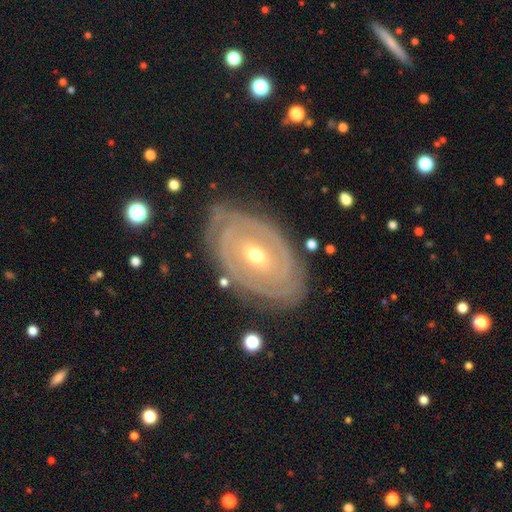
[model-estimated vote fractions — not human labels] This appears to be a featured or disk galaxy (84%) with no bar (52%), tight (83%) spiral arms (82%) and a moderate central bulge (56%). Merging: none (76%).